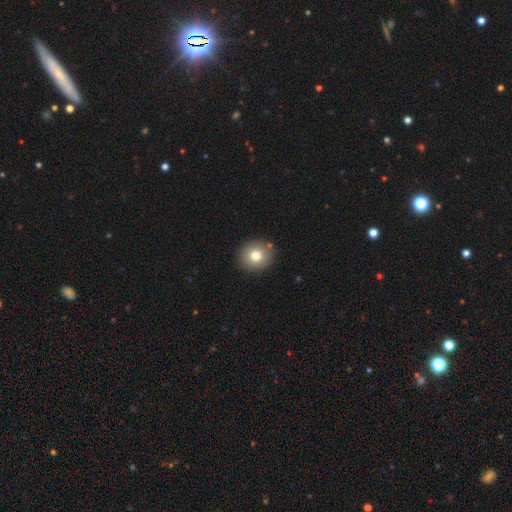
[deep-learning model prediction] A smooth galaxy with no disk features (77%) that is round (87%). Merging: none (87%).